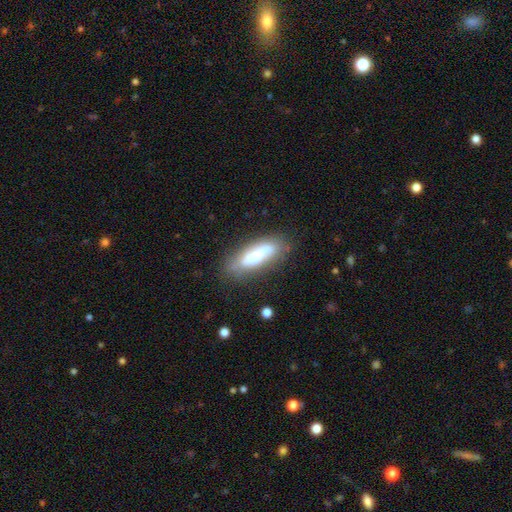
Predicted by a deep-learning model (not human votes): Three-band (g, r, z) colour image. It shows a smooth galaxy with no disk features (60%) that is cigar-shaped (49%, tied with in between). Merging: none (65%).